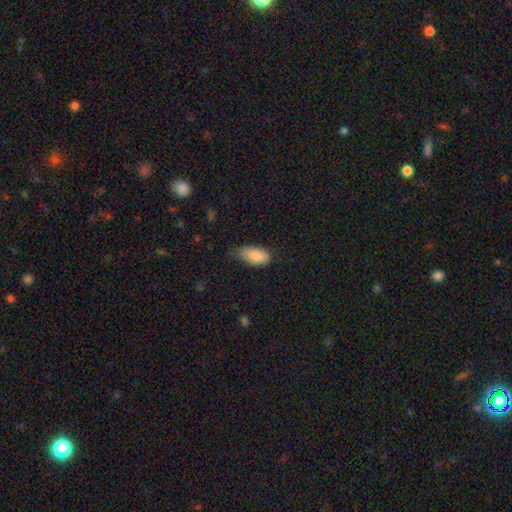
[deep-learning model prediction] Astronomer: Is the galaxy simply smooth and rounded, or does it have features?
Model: smooth — 87%.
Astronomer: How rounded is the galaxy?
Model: in between — 91%.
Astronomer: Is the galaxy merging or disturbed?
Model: none — 54% (runner-up: minor disturbance, 38%).